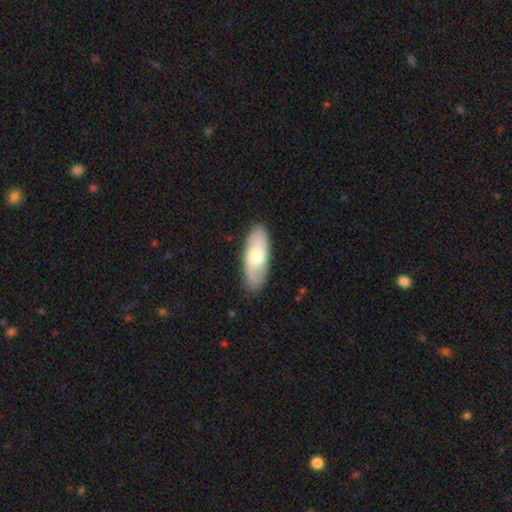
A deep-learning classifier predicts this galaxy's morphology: Smooth or featured? smooth (54%)
How rounded? in between (76%)
Merging? none (84%)